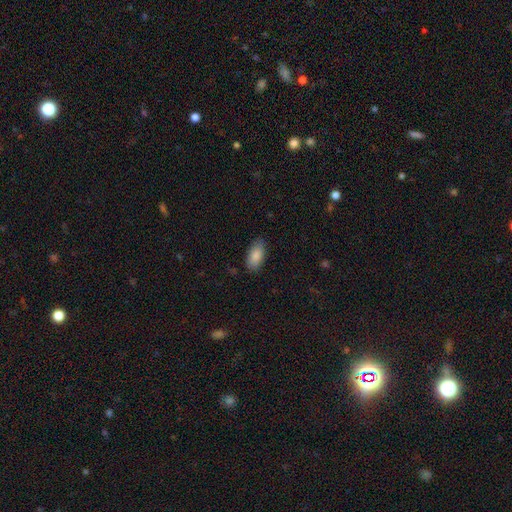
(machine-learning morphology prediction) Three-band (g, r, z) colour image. It shows a smooth galaxy with no disk features (88%) that is in between round and cigar-shaped (92%). Merging: none (84%).